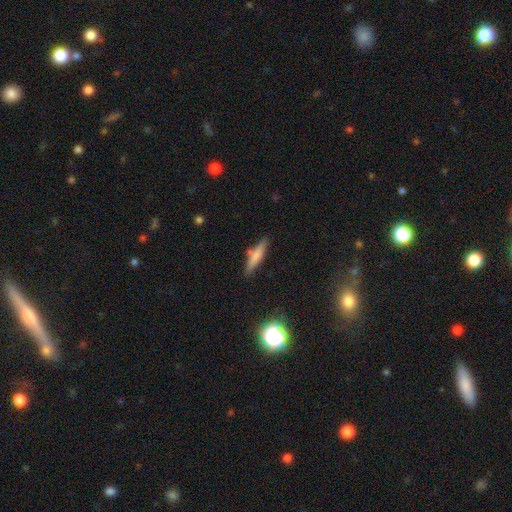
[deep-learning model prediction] smooth-or-featured: smooth: 66% | featured or disk: 26% | star or artifact: 8%
  how-rounded: cigar-shaped: 81% | in between: 17% | round: 2%
  merging: none: 77% | minor disturbance: 13% | merger: 7% | major disturbance: 3%